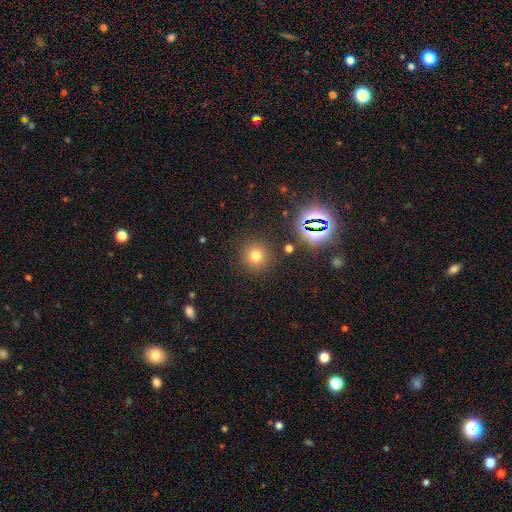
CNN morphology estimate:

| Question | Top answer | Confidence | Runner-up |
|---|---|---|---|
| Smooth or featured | smooth | 71% | star or artifact (21%) |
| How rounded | round | 94% | in between (5%) |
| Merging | none | 87% | minor disturbance (7%) |